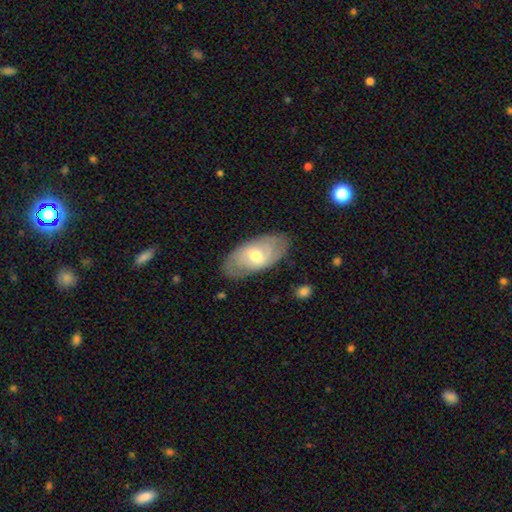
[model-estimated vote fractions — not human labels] smooth-or-featured: featured or disk: 55% | smooth: 39% | star or artifact: 5%
  disk-edge-on: no: 90% | yes: 10%
  merging: none: 80% | minor disturbance: 15% | major disturbance: 4% | merger: 1%